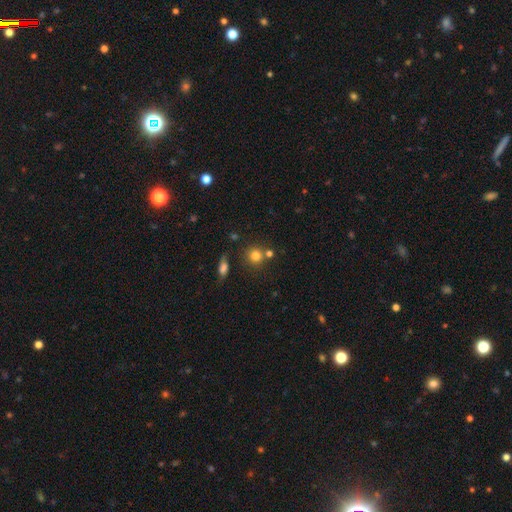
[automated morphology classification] smooth_or_featured: smooth (p=0.78) [alt: star or artifact p=0.13]
how_rounded: round (p=0.89) [alt: in between p=0.10]
merging: none (p=0.69) [alt: merger p=0.17]